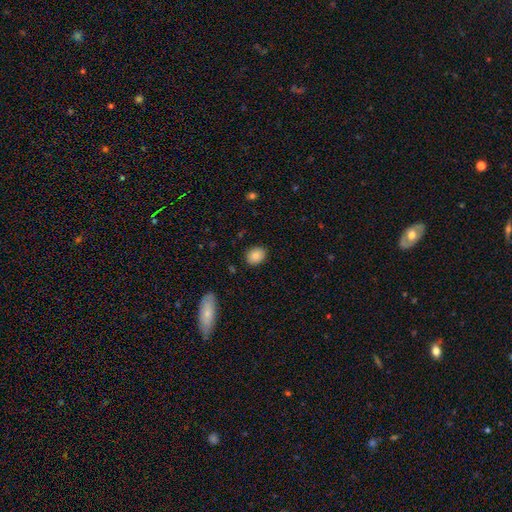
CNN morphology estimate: A smooth galaxy with no disk features (82%) that is round (55%). Merging: none (87%).